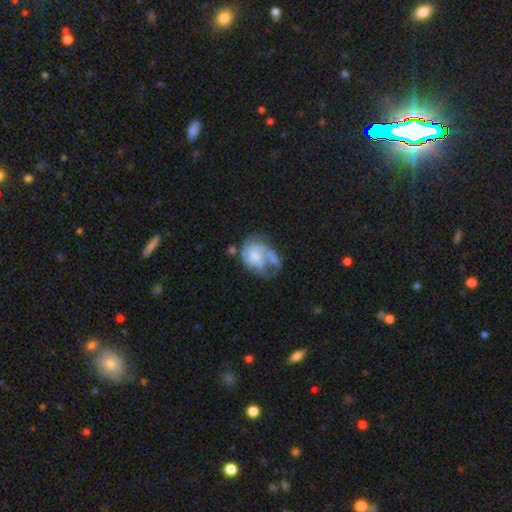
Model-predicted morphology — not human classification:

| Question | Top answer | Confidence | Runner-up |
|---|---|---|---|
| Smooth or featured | featured or disk | 61% | smooth (32%) |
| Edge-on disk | no | 98% | yes (2%) |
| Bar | no | 76% | weak (21%) |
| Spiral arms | yes | 63% | no (37%) |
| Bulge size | moderate | 35% | small (28%) |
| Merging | major disturbance | 40% | none (27%) |